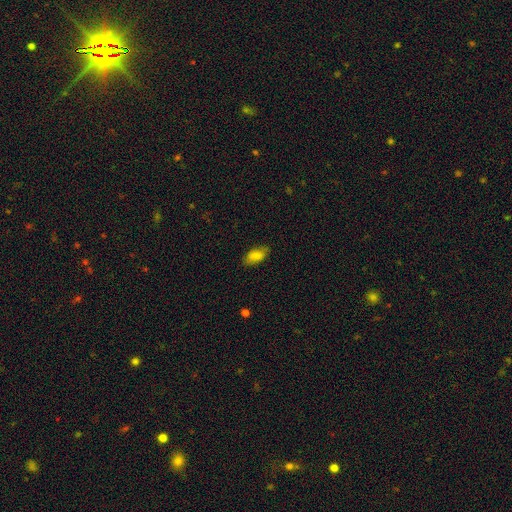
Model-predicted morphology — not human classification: Smooth or featured? Predicted: smooth (p=0.82). How rounded? Predicted: in between (p=0.89). Merging? Predicted: none (p=0.82).